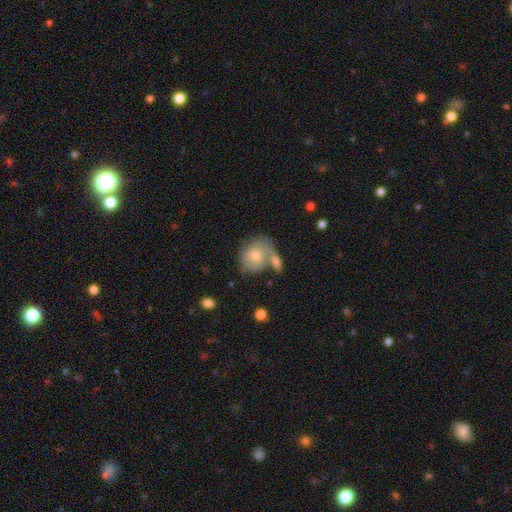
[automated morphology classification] Smooth or featured?
  - smooth: 61% *
  - featured or disk: 32%
  - star or artifact: 7%
How rounded?
  - round: 63% *
  - in between: 36%
  - cigar-shaped: 1%
Merging?
  - merger: 39% *
  - none: 37%
  - minor disturbance: 17%
  - major disturbance: 8%